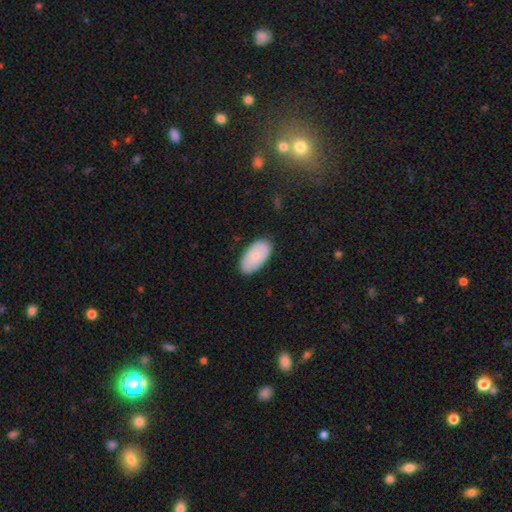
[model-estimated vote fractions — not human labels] Morphology: type=smooth (76%); roundness=in between (95%); merging=none (84%).